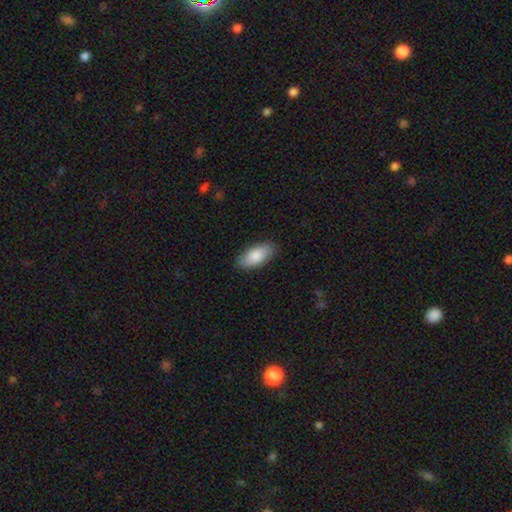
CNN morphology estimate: Smooth or featured?
  - smooth: 86% *
  - featured or disk: 9%
  - star or artifact: 6%
How rounded?
  - in between: 90% *
  - cigar-shaped: 8%
  - round: 2%
Merging?
  - none: 86% *
  - minor disturbance: 11%
  - major disturbance: 2%
  - merger: 1%